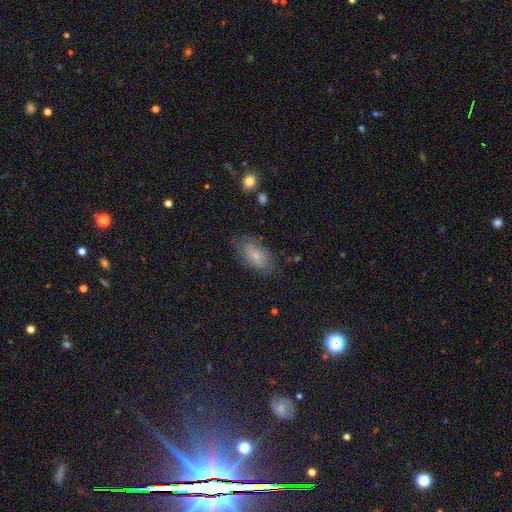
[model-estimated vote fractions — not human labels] Smooth or featured: smooth — 66% (featured or disk — 26%)
How rounded: in between — 90% (round — 5%)
Merging: none — 71% (minor disturbance — 21%)